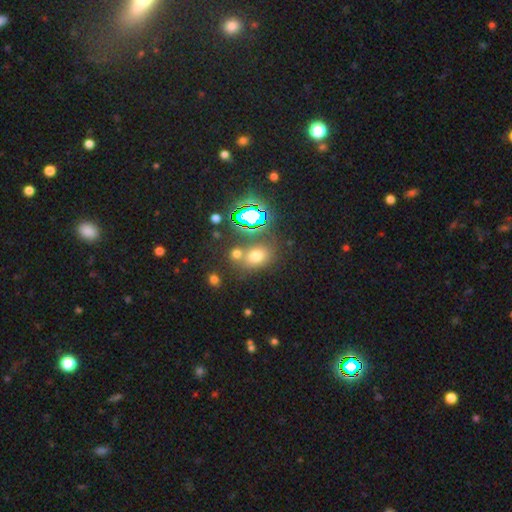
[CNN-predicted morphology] smooth 61%, star or artifact 28%, featured or disk 11%. Down the decision tree: how rounded — in between (55%); merging — none (61%).